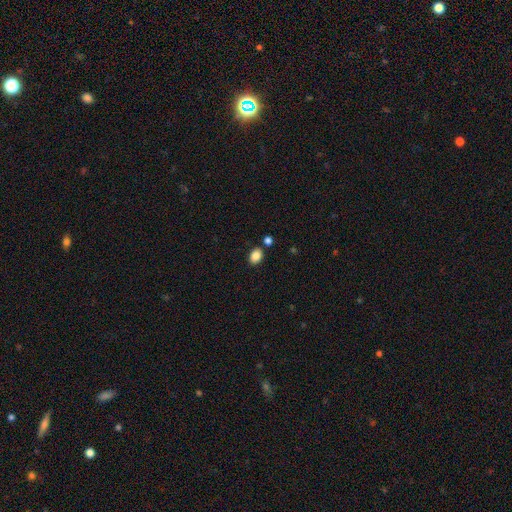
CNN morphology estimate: smooth_or_featured: smooth (p=0.86) [alt: star or artifact p=0.09]
how_rounded: in between (p=0.76) [alt: round p=0.23]
merging: none (p=0.82) [alt: minor disturbance p=0.10]